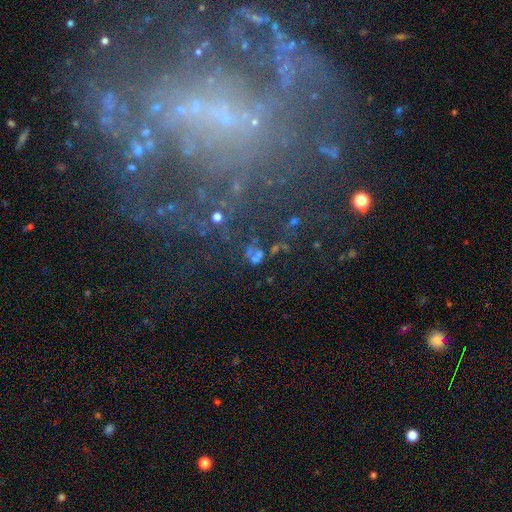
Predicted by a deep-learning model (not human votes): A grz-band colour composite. It shows a smooth galaxy with no disk features (38%). Merging: none (41%).